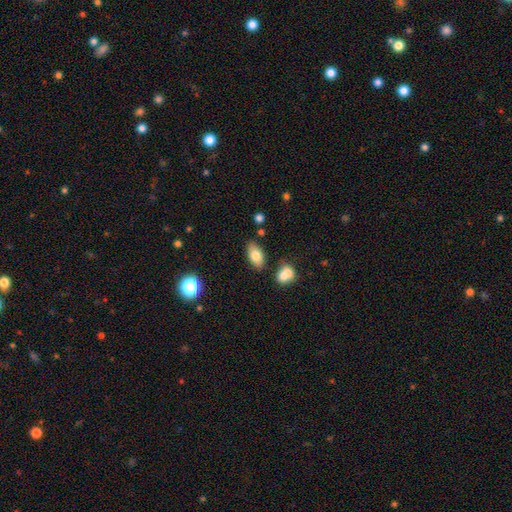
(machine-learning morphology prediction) type=smooth (78%); roundness=in between (90%); merging=none (77%).